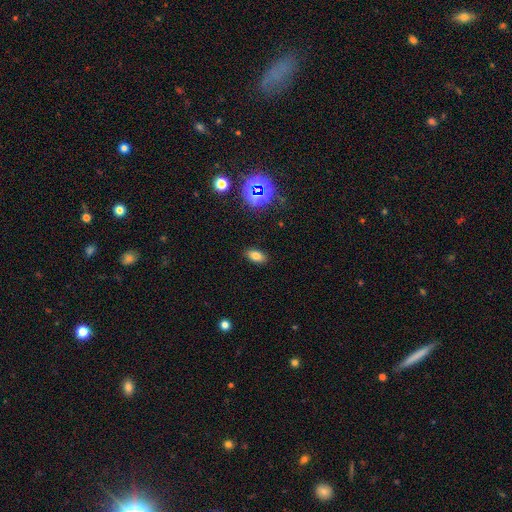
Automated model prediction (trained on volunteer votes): Overall: smooth (76%). How rounded: in between (89%). Merging: none (88%).